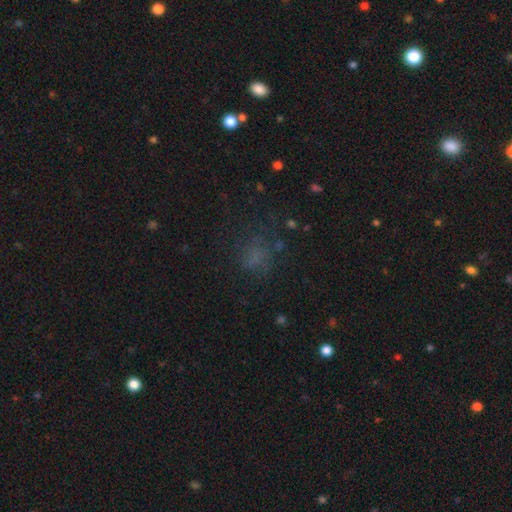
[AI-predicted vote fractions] Smooth or featured? smooth (52%)
How rounded? round (52%)
Merging? none (58%)